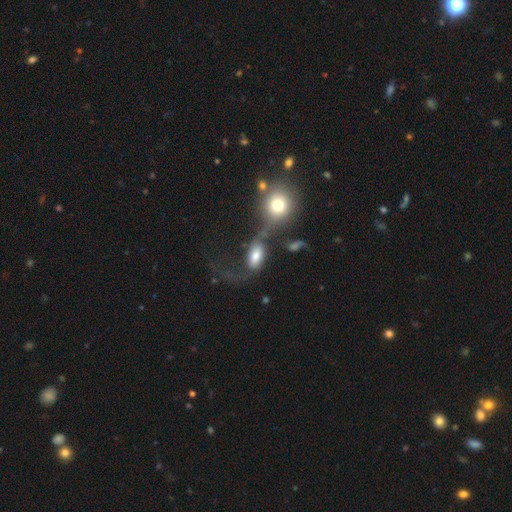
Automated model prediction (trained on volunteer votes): This appears to be a smooth galaxy with no disk features (54%) that is in between round and cigar-shaped (86%). Merging: merger (47%).